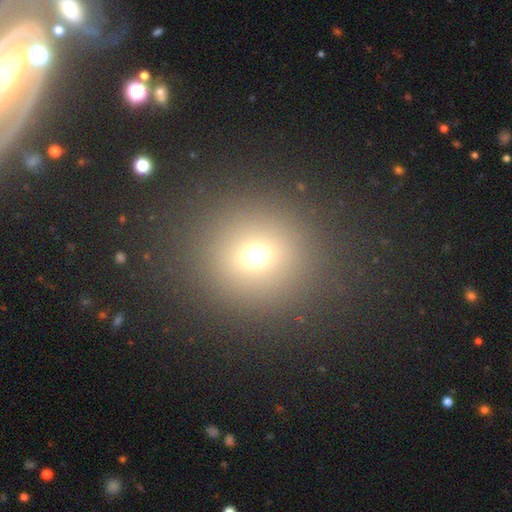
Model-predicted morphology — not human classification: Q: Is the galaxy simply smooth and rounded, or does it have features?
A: smooth — 66%.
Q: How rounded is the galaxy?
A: round — 87%.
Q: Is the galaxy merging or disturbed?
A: none — 89%.